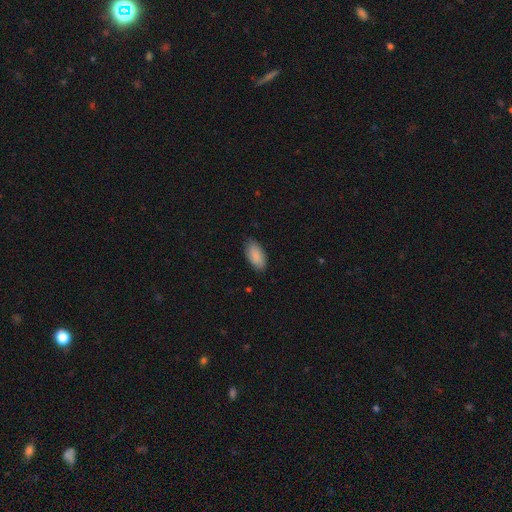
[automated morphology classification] smooth 89%, star or artifact 6%, featured or disk 5%. Down the decision tree: how rounded — in between (93%); merging — none (82%).